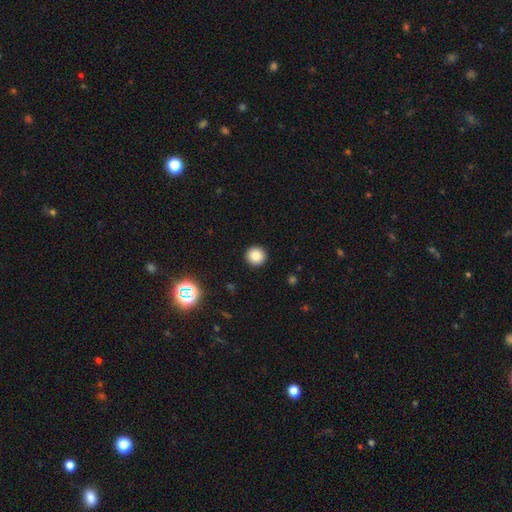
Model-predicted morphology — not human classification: smooth_or_featured: smooth (p=0.84) [alt: star or artifact p=0.11]
how_rounded: round (p=0.95) [alt: in between p=0.04]
merging: none (p=0.93) [alt: minor disturbance p=0.05]